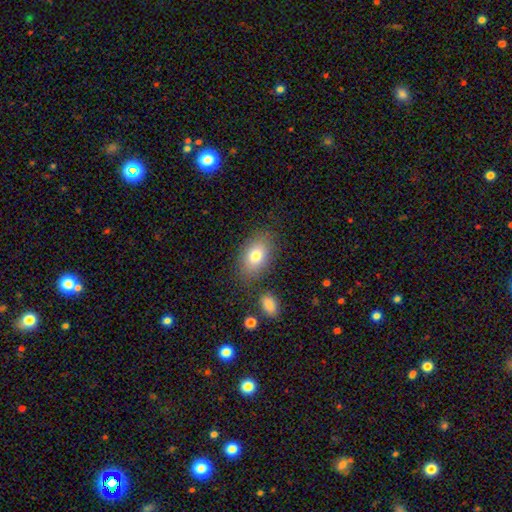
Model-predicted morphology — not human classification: Smooth or featured: smooth — 78% (featured or disk — 13%)
How rounded: in between — 86% (round — 12%)
Merging: none — 78% (minor disturbance — 13%)